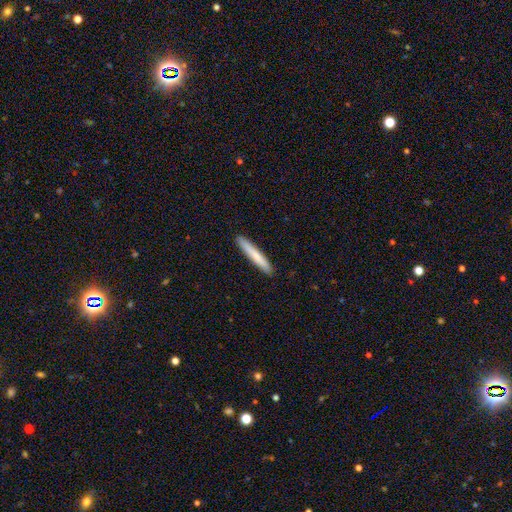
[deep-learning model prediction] smooth 77%, featured or disk 18%, star or artifact 5%. Down the decision tree: how rounded — cigar-shaped (96%); merging — none (92%).